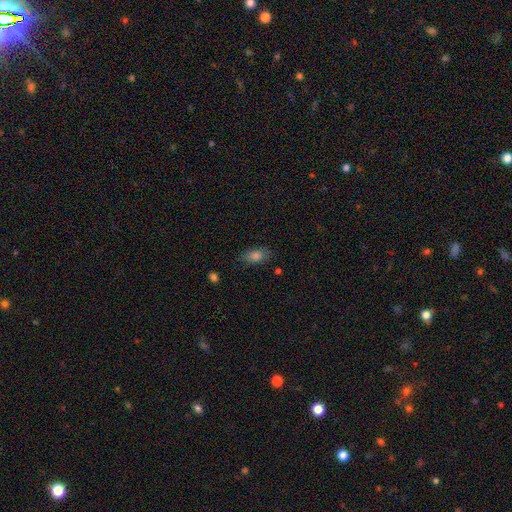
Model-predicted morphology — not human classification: This appears to be a smooth galaxy with no disk features (80%) that is in between round and cigar-shaped (87%). Merging: none (82%).